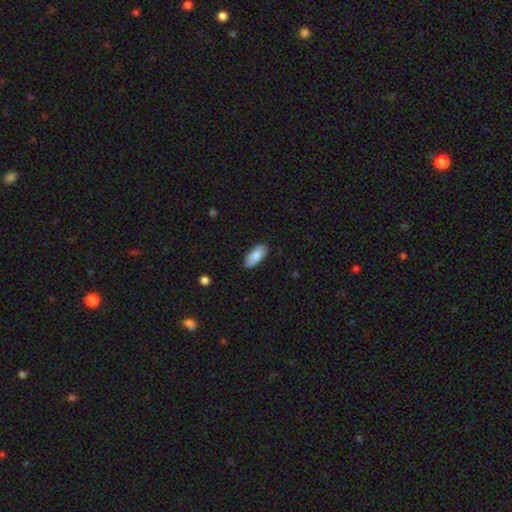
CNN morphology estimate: smooth_or_featured: smooth (p=0.85) [alt: featured or disk p=0.09]
how_rounded: in between (p=0.89) [alt: cigar-shaped p=0.09]
merging: none (p=0.85) [alt: minor disturbance p=0.12]